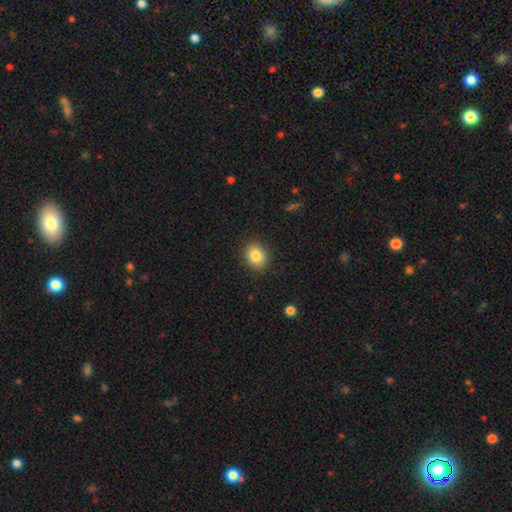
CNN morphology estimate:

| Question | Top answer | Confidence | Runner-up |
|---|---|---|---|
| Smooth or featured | smooth | 84% | star or artifact (9%) |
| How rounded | round | 64% | in between (35%) |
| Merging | none | 89% | minor disturbance (8%) |